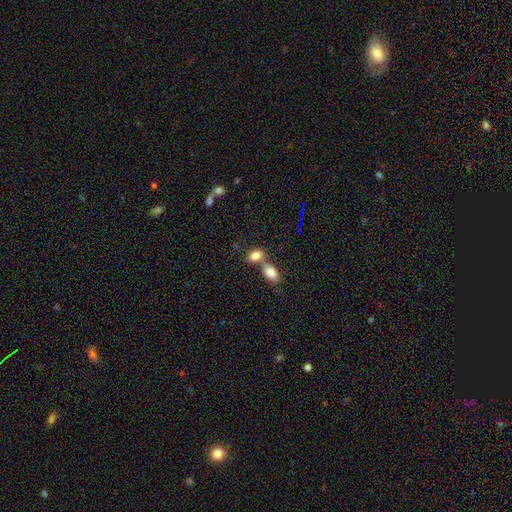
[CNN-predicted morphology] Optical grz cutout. It shows a smooth galaxy with no disk features (82%) that is in between round and cigar-shaped (86%). Merging: merger (56%).